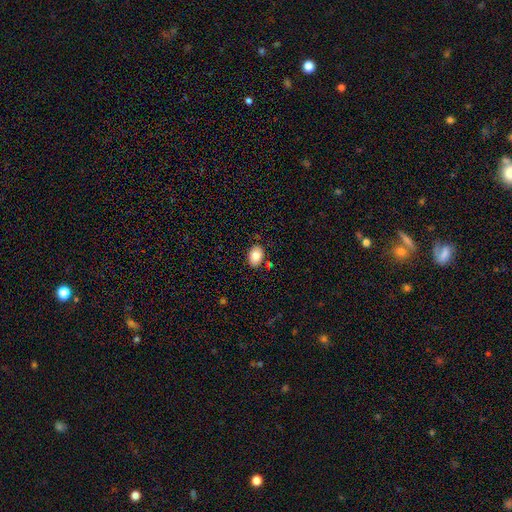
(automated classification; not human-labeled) A smooth galaxy with no disk features (87%) that is in between round and cigar-shaped (81%). Merging: none (81%).